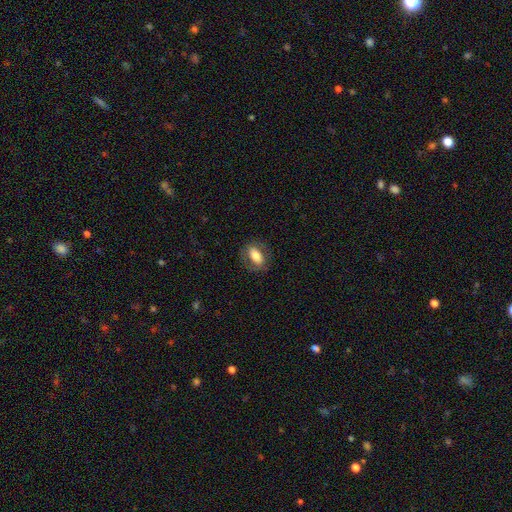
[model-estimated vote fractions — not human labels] Smooth or featured?
  - smooth: 68% *
  - featured or disk: 25%
  - star or artifact: 7%
How rounded?
  - in between: 85% *
  - round: 9%
  - cigar-shaped: 6%
Merging?
  - none: 78% *
  - minor disturbance: 14%
  - major disturbance: 7%
  - merger: 1%